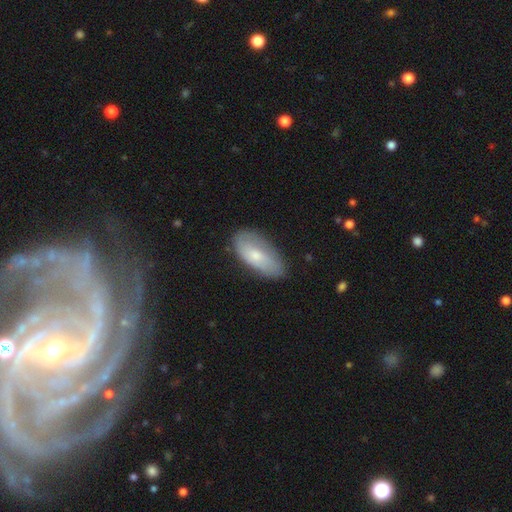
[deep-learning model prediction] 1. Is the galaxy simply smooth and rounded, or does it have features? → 64% smooth, 29% featured or disk, 6% star or artifact.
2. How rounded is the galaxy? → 89% in between, 8% cigar-shaped, 3% round.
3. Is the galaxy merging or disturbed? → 73% none, 21% minor disturbance, 5% major disturbance, 1% merger.